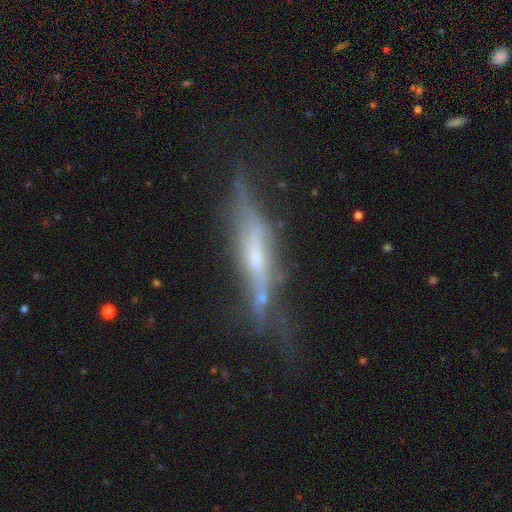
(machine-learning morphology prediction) smooth_or_featured: featured or disk (p=0.71) [alt: smooth p=0.20]
disk_edge_on: yes (p=0.84) [alt: no p=0.16]
edge_on_bulge: rounded (p=0.52) [alt: none p=0.28]
merging: none (p=0.49) [alt: minor disturbance p=0.27]